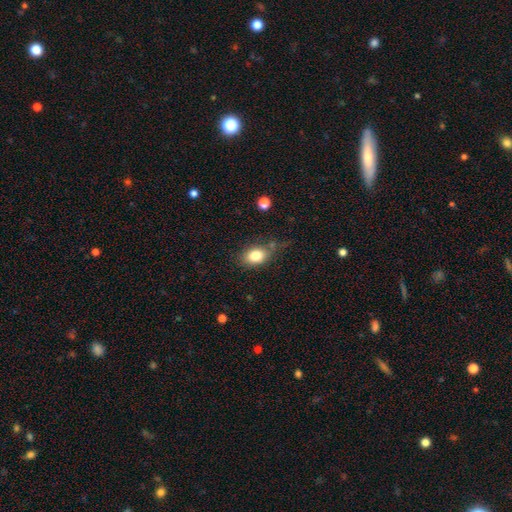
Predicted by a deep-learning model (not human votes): Smooth or featured?
  - smooth: 82% *
  - featured or disk: 10%
  - star or artifact: 9%
How rounded?
  - in between: 74% *
  - round: 24%
  - cigar-shaped: 1%
Merging?
  - none: 67% *
  - minor disturbance: 22%
  - major disturbance: 7%
  - merger: 5%